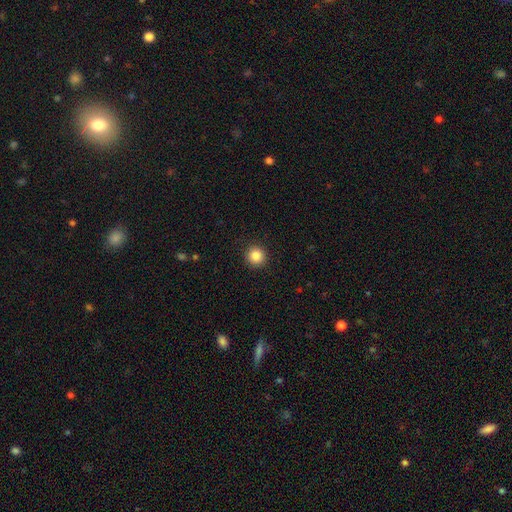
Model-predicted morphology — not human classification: Smooth or featured: smooth — 87% (star or artifact — 10%)
How rounded: round — 94% (in between — 5%)
Merging: none — 92% (minor disturbance — 5%)